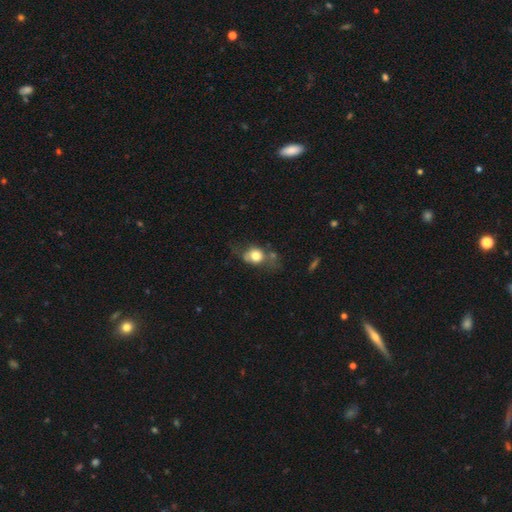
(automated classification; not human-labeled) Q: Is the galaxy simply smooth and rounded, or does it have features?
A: smooth — 71%.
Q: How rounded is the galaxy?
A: round — 58%.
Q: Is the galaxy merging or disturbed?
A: none — 38%.